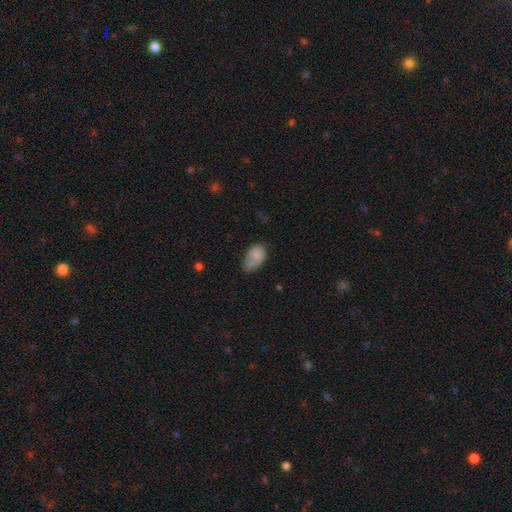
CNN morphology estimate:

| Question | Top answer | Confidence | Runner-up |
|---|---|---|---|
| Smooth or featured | smooth | 78% | featured or disk (14%) |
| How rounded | in between | 92% | round (6%) |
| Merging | none | 42% | minor disturbance (39%) |